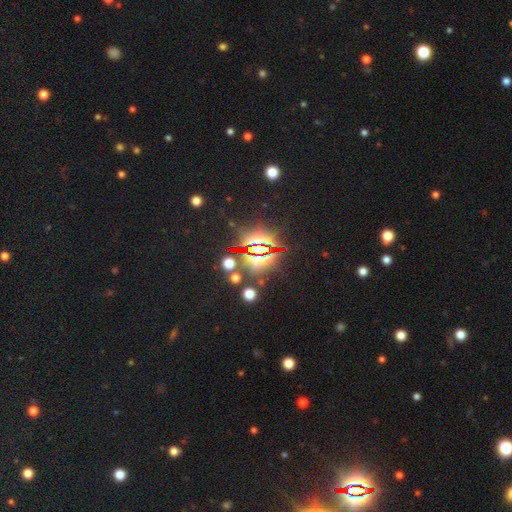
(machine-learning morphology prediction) Smooth or featured? Predicted: star or artifact (p=0.85).